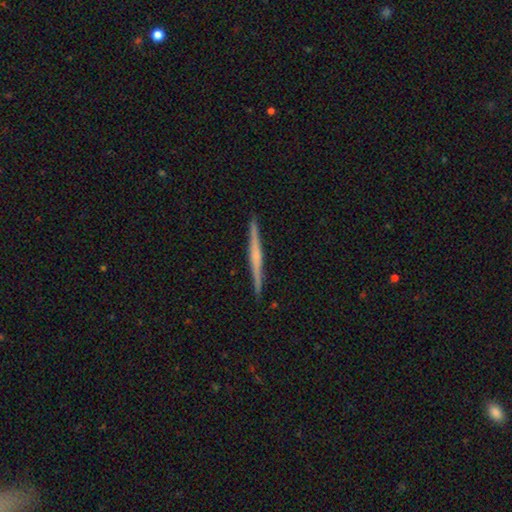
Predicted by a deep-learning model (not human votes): A featured or disk galaxy (65%) viewed edge-on (98%) with no central bulge (47%). Merging: none (93%).